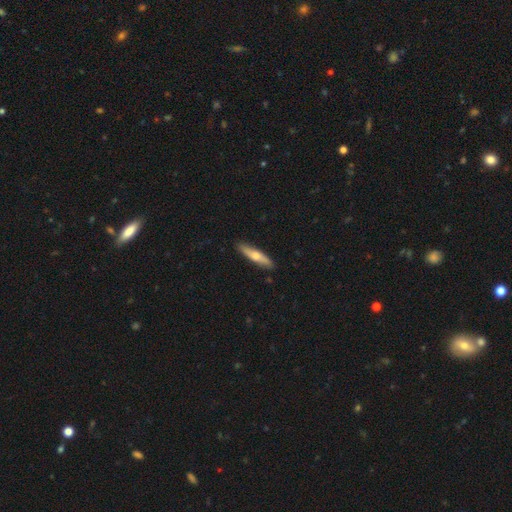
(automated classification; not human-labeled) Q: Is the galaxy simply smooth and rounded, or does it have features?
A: smooth — 56%.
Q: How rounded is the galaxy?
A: cigar-shaped — 84%.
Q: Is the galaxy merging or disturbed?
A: none — 89%.